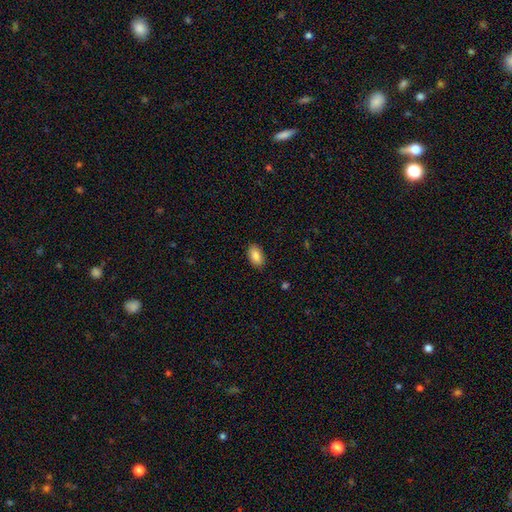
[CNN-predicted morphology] Smooth or featured? Predicted: smooth (p=0.86). How rounded? Predicted: in between (p=0.92). Merging? Predicted: none (p=0.87).